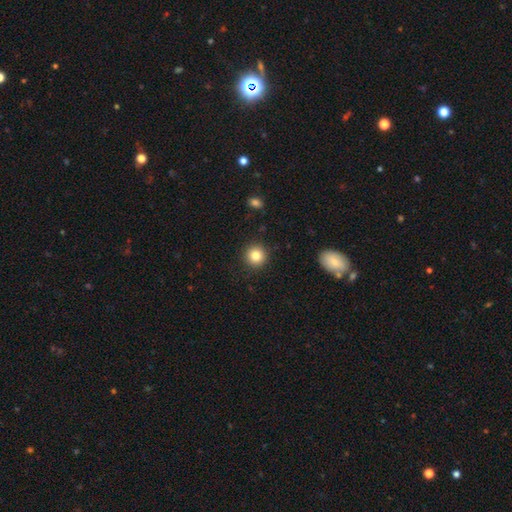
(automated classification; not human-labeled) A smooth galaxy with no disk features (83%) that is round (95%). Merging: none (92%).